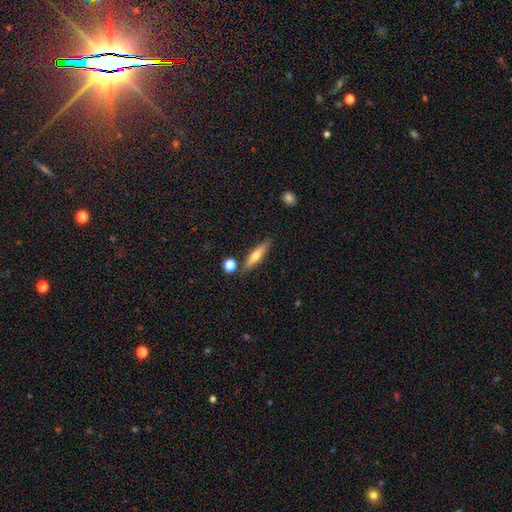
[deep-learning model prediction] Smooth or featured: smooth — 57% (featured or disk — 36%)
How rounded: cigar-shaped — 80% (in between — 17%)
Merging: none — 80% (minor disturbance — 11%)